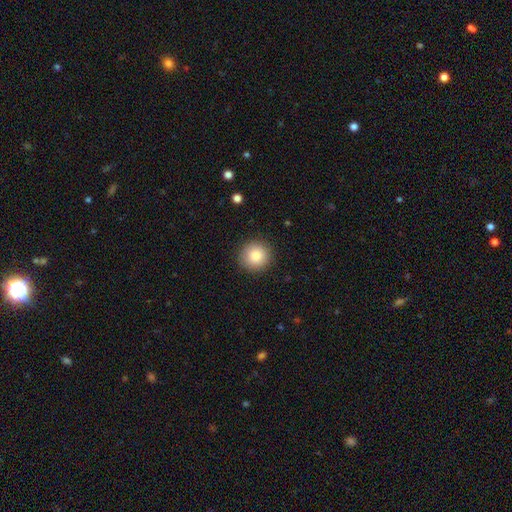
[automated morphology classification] Smooth or featured? Predicted: smooth (p=0.83). How rounded? Predicted: round (p=0.94). Merging? Predicted: none (p=0.91).